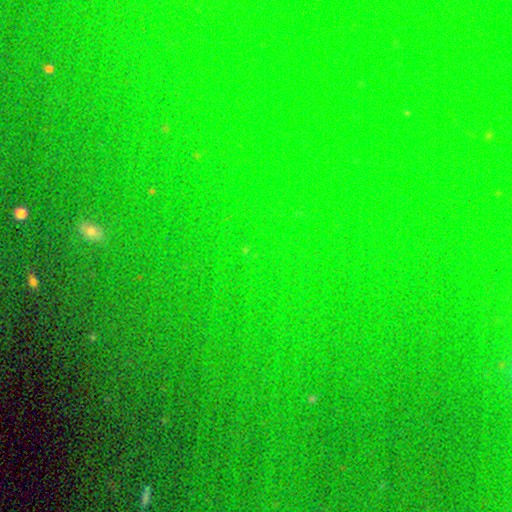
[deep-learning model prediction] Smooth or featured? Predicted: star or artifact (p=0.77).